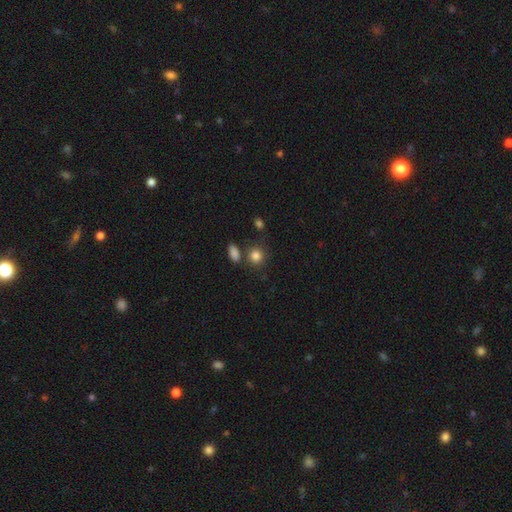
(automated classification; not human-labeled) A smooth galaxy with no disk features (85%) that is round (77%).

Vote fractions:
- Smooth or featured? smooth: 85% / star or artifact: 10% / featured or disk: 5%
- How rounded? round: 77% / in between: 22% / cigar-shaped: 1%
- Merging? none: 68% / merger: 15% / minor disturbance: 13% / major disturbance: 5%